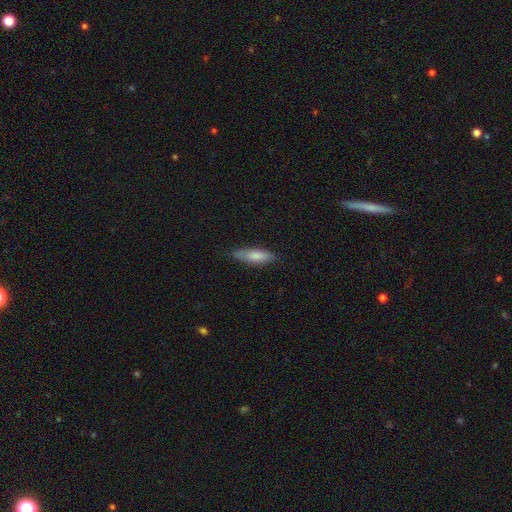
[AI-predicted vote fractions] A smooth galaxy with no disk features (78%) that is cigar-shaped (63%). Merging: none (80%).